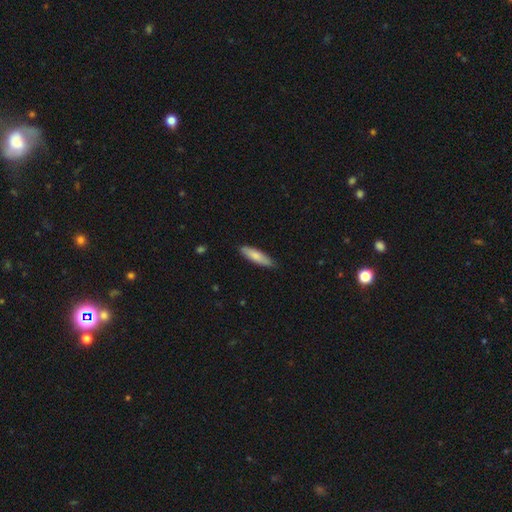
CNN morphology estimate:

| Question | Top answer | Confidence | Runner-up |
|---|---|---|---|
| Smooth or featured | smooth | 79% | featured or disk (15%) |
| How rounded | cigar-shaped | 67% | in between (31%) |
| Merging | none | 85% | minor disturbance (13%) |